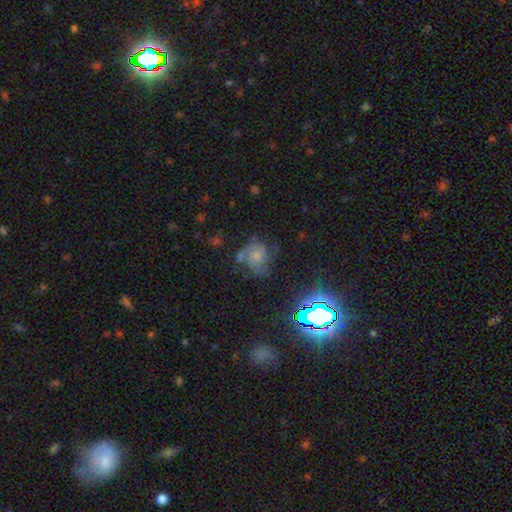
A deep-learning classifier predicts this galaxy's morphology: Smooth or featured? Predicted: featured or disk (p=0.52). Edge-on disk? Predicted: no (p=0.97). Bar? Predicted: no (p=0.77). Spiral arms? Predicted: yes (p=0.82). Bulge size? Predicted: moderate (p=0.36). Merging? Predicted: none (p=0.45).